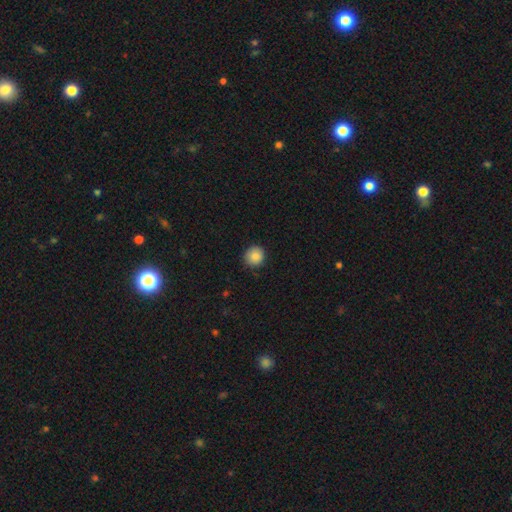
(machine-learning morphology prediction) This is clearly a smooth galaxy (87%). How rounded: clearly round (91%). Merging: clearly none (87%).